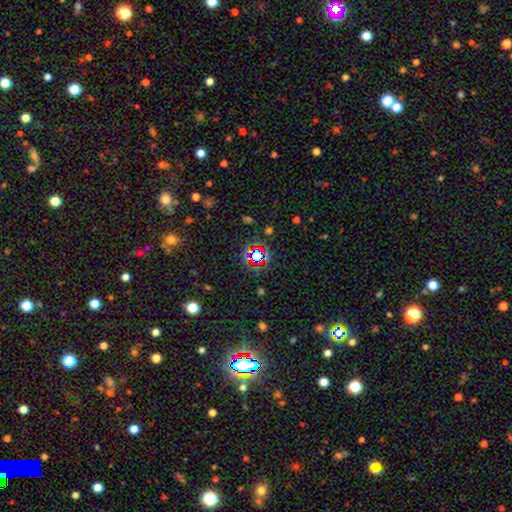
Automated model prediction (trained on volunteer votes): smooth_or_featured: star or artifact (p=0.68) [alt: smooth p=0.21]